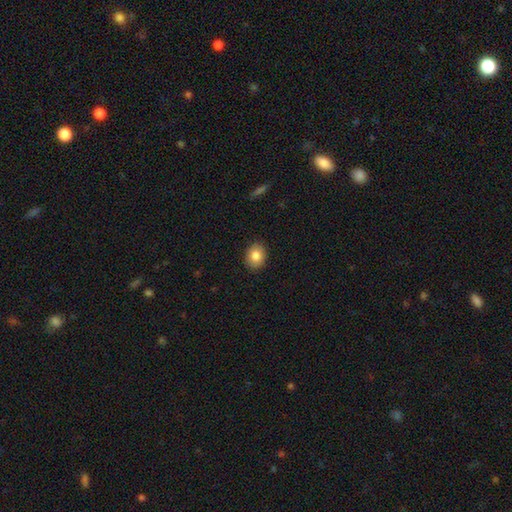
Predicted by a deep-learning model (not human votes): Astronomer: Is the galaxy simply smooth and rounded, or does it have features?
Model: smooth — 84%.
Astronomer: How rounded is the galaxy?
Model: round — 54% (runner-up: in between, 45%).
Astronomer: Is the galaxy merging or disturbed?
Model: none — 90%.